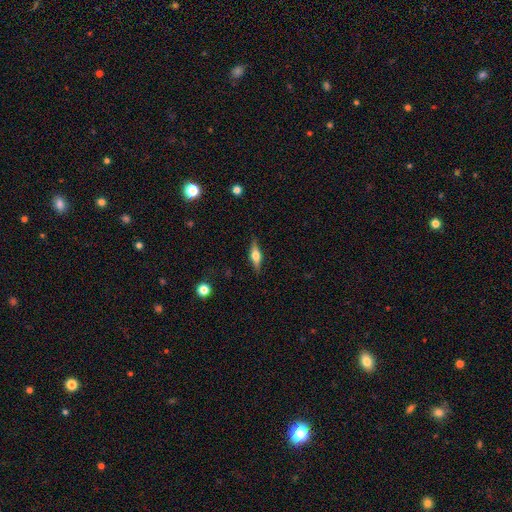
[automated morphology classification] Smooth or featured?
  - featured or disk: 60% *
  - smooth: 34%
  - star or artifact: 7%
Edge-on disk?
  - yes: 95% *
  - no: 5%
Edge-on bulge?
  - rounded: 92% *
  - boxy: 6%
  - none: 2%
Merging?
  - none: 86% *
  - minor disturbance: 10%
  - major disturbance: 2%
  - merger: 1%